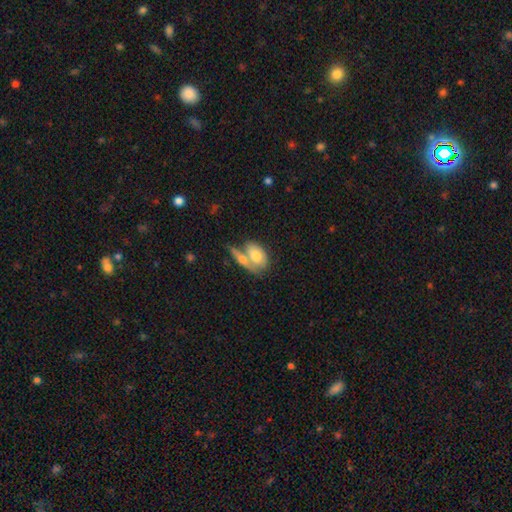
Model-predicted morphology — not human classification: Smooth or featured: smooth — 69% (featured or disk — 26%)
How rounded: in between — 83% (round — 12%)
Merging: merger — 53% (none — 30%)